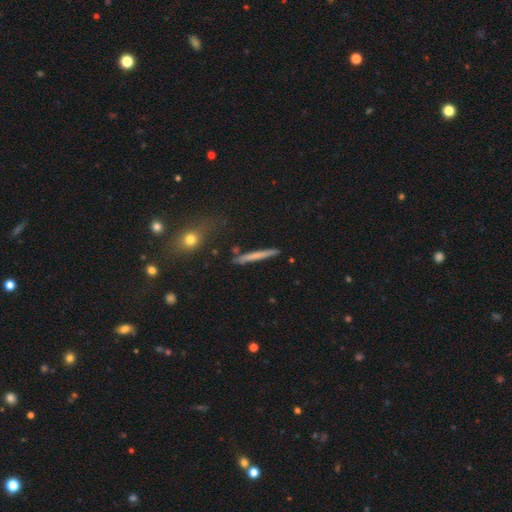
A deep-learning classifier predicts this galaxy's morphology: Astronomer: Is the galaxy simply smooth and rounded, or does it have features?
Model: smooth — 61%.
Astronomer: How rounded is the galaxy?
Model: cigar-shaped — 95%.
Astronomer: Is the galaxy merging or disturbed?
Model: none — 85%.